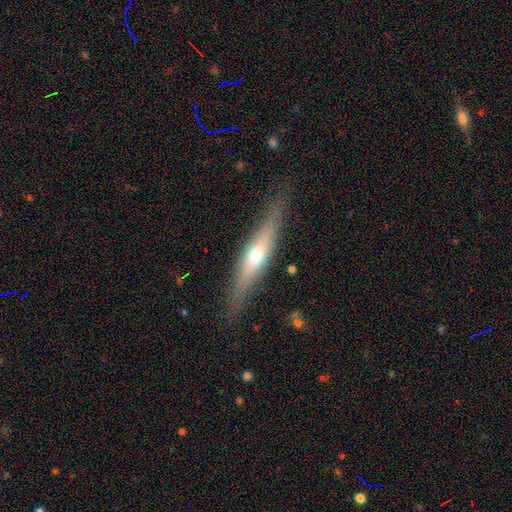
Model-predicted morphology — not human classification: Smooth or featured? Predicted: featured or disk (p=0.55). Edge-on disk? Predicted: yes (p=0.89). Merging? Predicted: none (p=0.83).